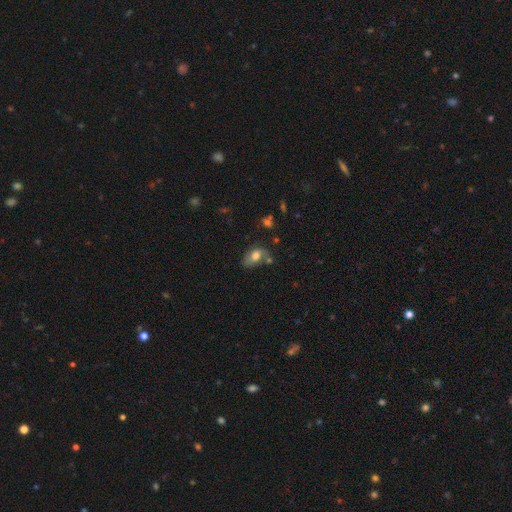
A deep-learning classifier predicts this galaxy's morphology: type=smooth (66%); roundness=in between (86%); merging=none (47%).